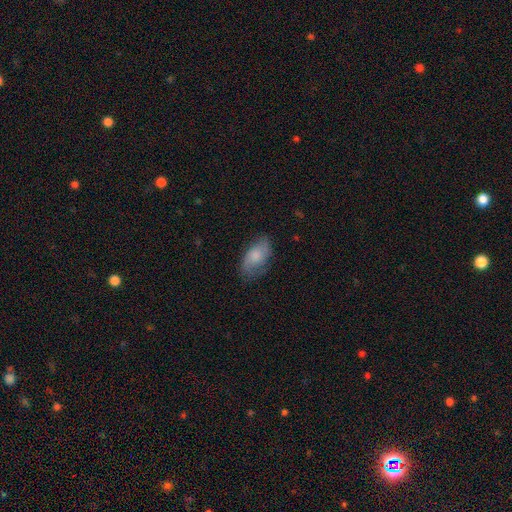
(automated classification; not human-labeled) Smooth or featured?
  - smooth: 67% *
  - featured or disk: 26%
  - star or artifact: 7%
How rounded?
  - in between: 93% *
  - round: 4%
  - cigar-shaped: 3%
Merging?
  - none: 67% *
  - minor disturbance: 23%
  - major disturbance: 8%
  - merger: 1%